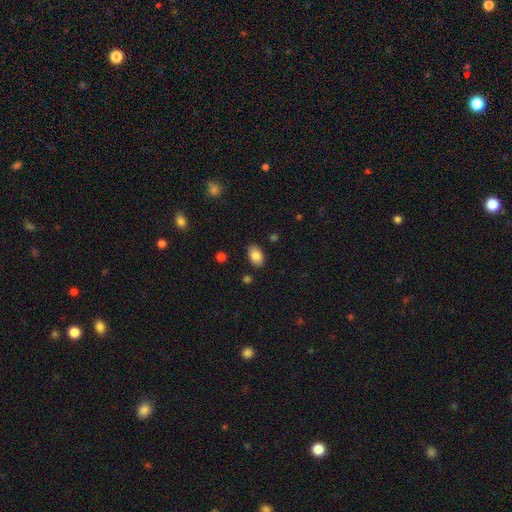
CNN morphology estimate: Overall: smooth (86%). How rounded: in between (90%). Merging: none (86%).